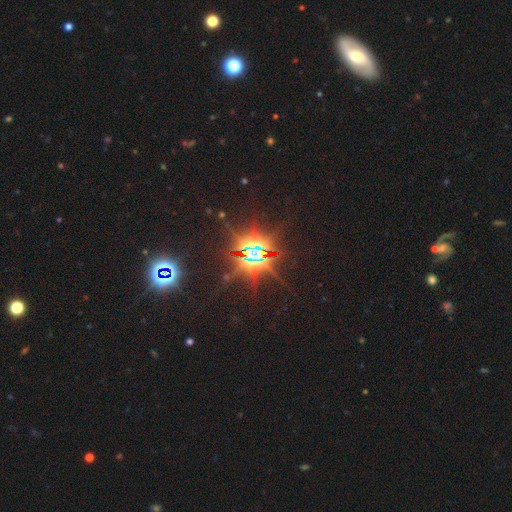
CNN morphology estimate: A star or artifact, not a galaxy (83%).

Vote fractions:
- Smooth or featured? star or artifact: 83% / featured or disk: 10% / smooth: 7%